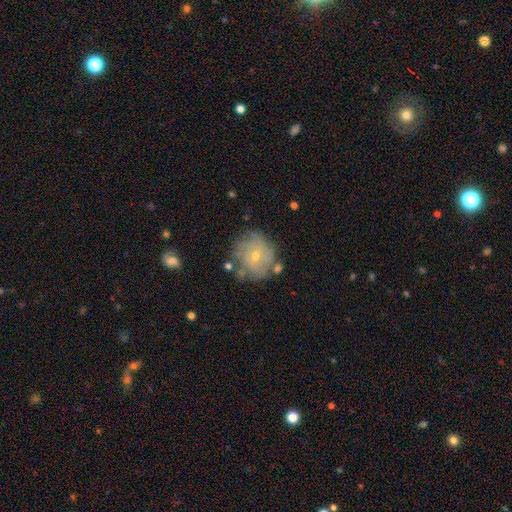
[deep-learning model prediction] Smooth or featured? Predicted: featured or disk (p=0.62). Edge-on disk? Predicted: no (p=0.97). Bar? Predicted: no (p=0.72). Spiral arms? Predicted: yes (p=0.75). Bulge size? Predicted: small (p=0.61). Merging? Predicted: none (p=0.67).